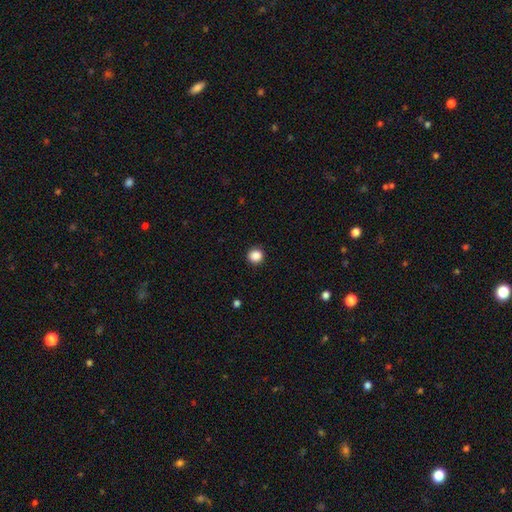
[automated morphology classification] The model was most divided on "smooth or featured": smooth: 87%, star or artifact: 10%, featured or disk: 3%. More confident: how rounded — round (93%); merging — none (92%).